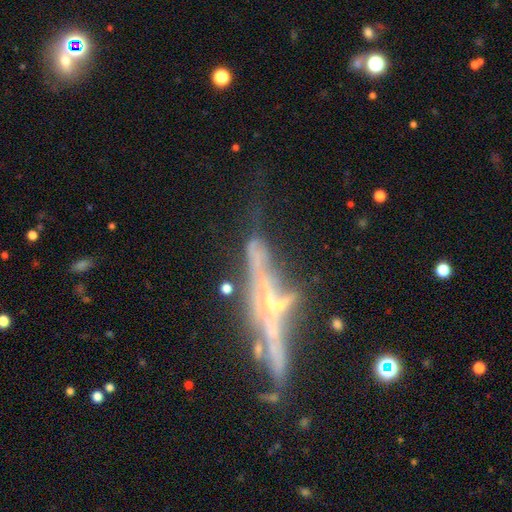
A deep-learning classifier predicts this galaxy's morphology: Smooth or featured? Predicted: featured or disk (p=0.57). Edge-on disk? Predicted: yes (p=0.67). Merging? Predicted: none (p=0.37).